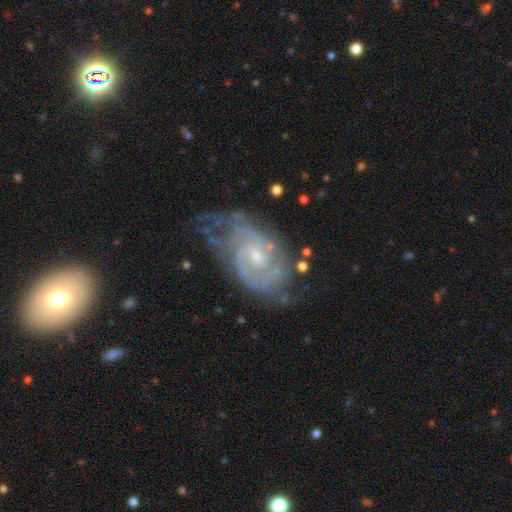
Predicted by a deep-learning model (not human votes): A featured or disk galaxy (85%) with no bar (53%), 2 (49%) tight (57%) spiral arms (94%) and a small central bulge (55%).

Vote fractions:
- Smooth or featured? featured or disk: 85% / smooth: 8% / star or artifact: 7%
- Edge-on disk? no: 97% / yes: 3%
- Bar? no: 53% / weak: 41% / strong: 6%
- Spiral arms? yes: 94% / no: 6%
- Spiral winding? tight: 57% / medium: 35% / loose: 9%
- Spiral arm count? 2: 49% / can't tell: 29% / 3: 11% / 4: 4% / 1: 4% / more than 4: 3%
- Bulge size? small: 55% / moderate: 38% / none: 4% / large: 2% / dominant: 1%
- Merging? none: 52% / minor disturbance: 27% / major disturbance: 17% / merger: 3%